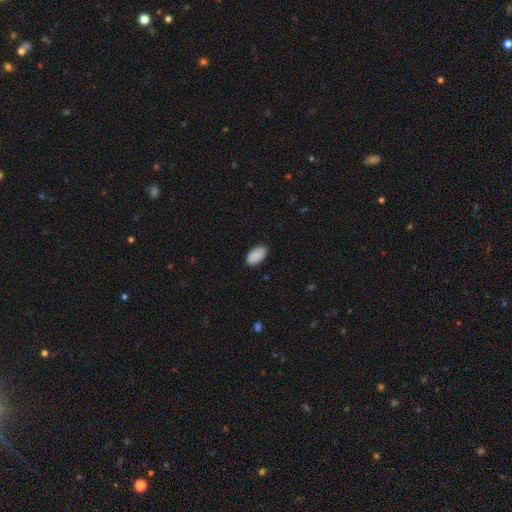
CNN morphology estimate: smooth 89%, star or artifact 7%, featured or disk 4%. Down the decision tree: how rounded — in between (94%); merging — none (81%).